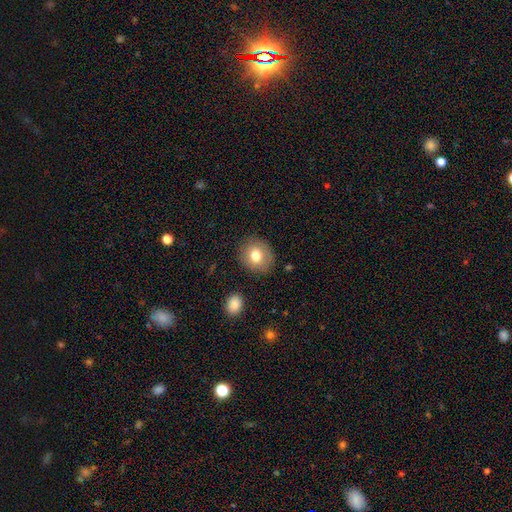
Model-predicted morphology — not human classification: A smooth galaxy with no disk features (75%) that is round (75%). Merging: none (86%).